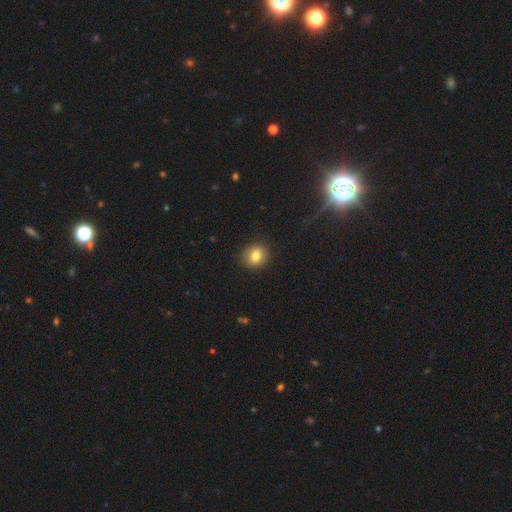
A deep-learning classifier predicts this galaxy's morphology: This appears to be a smooth galaxy with no disk features (81%) that is round (69%). Merging: none (88%).